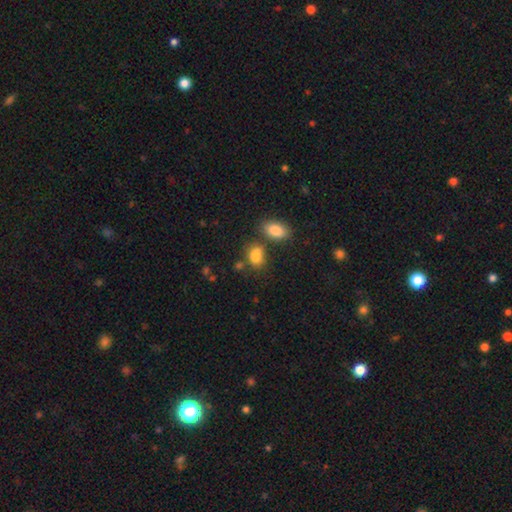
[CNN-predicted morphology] Smooth or featured? smooth (83%)
How rounded? in between (77%)
Merging? none (54%)